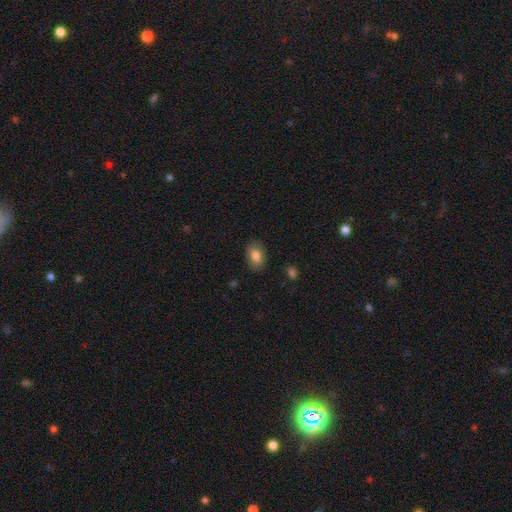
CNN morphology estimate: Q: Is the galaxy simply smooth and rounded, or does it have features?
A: smooth — 81%.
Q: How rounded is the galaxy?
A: in between — 90%.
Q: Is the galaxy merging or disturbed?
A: none — 84%.